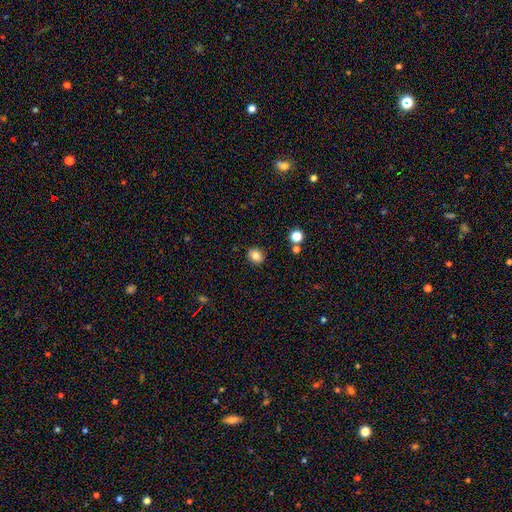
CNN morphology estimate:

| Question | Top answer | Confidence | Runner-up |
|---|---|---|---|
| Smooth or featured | smooth | 82% | star or artifact (11%) |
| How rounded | round | 73% | in between (26%) |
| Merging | none | 89% | minor disturbance (7%) |